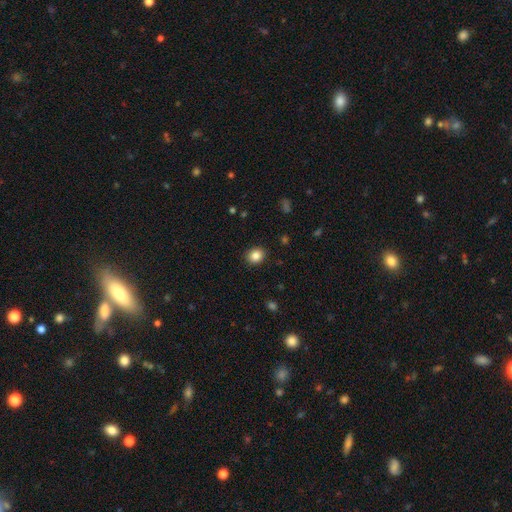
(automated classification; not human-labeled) A smooth galaxy with no disk features (85%) that is round (64%).

Vote fractions:
- Smooth or featured? smooth: 85% / star or artifact: 10% / featured or disk: 5%
- How rounded? round: 64% / in between: 35% / cigar-shaped: 1%
- Merging? none: 90% / minor disturbance: 7% / major disturbance: 2% / merger: 1%